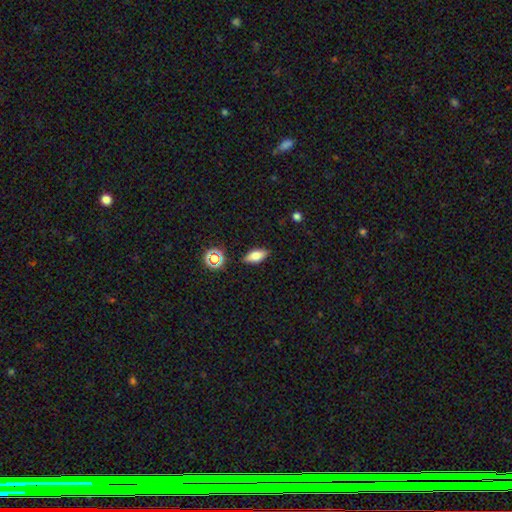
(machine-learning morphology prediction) A smooth galaxy with no disk features (73%) that is in between round and cigar-shaped (81%).

Vote fractions:
- Smooth or featured? smooth: 73% / featured or disk: 16% / star or artifact: 11%
- How rounded? in between: 81% / cigar-shaped: 14% / round: 5%
- Merging? none: 86% / minor disturbance: 10% / major disturbance: 2% / merger: 2%